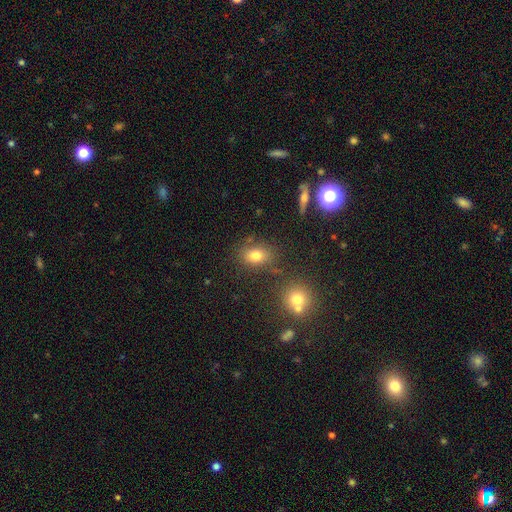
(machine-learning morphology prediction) smooth_or_featured: smooth (p=0.76) [alt: star or artifact p=0.14]
how_rounded: in between (p=0.66) [alt: round p=0.32]
merging: none (p=0.75) [alt: minor disturbance p=0.13]